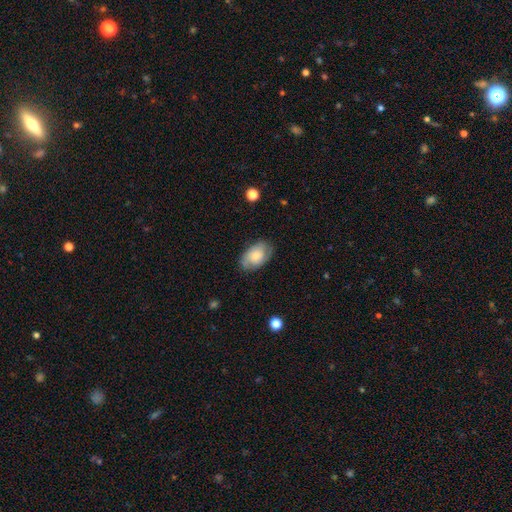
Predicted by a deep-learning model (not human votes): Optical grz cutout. It shows a smooth galaxy with no disk features (61%) that is in between round and cigar-shaped (90%). Merging: none (74%).